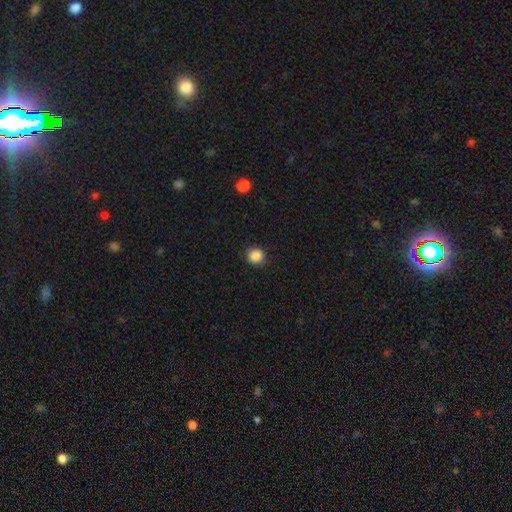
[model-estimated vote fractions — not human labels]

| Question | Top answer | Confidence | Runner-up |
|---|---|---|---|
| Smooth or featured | smooth | 88% | star or artifact (10%) |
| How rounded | round | 92% | in between (7%) |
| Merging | none | 90% | minor disturbance (7%) |